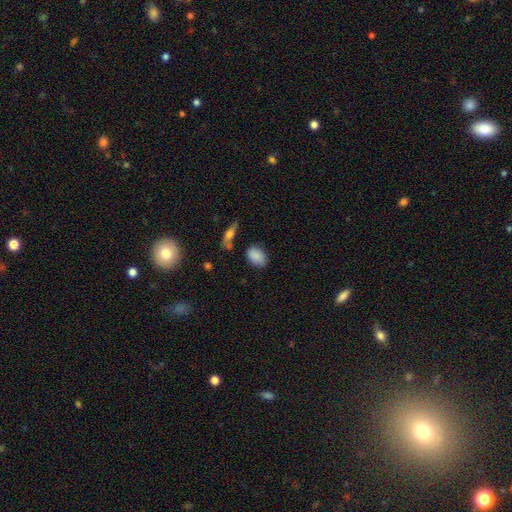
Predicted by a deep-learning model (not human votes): smooth_or_featured: smooth (p=0.86) [alt: star or artifact p=0.07]
how_rounded: in between (p=0.84) [alt: round p=0.14]
merging: none (p=0.77) [alt: minor disturbance p=0.15]